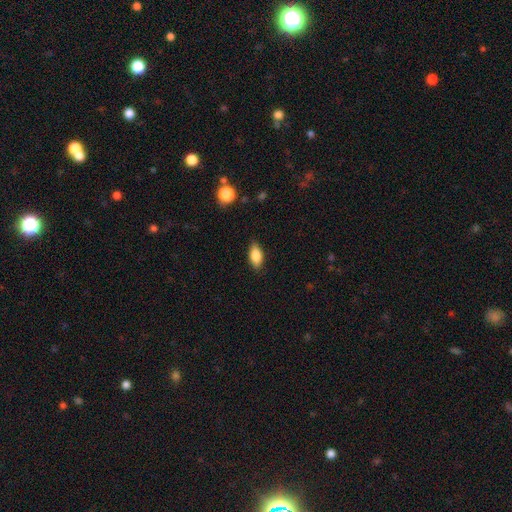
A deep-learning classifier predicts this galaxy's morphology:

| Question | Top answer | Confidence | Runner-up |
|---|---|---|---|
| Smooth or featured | smooth | 81% | featured or disk (11%) |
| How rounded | in between | 86% | cigar-shaped (10%) |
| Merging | none | 85% | minor disturbance (12%) |